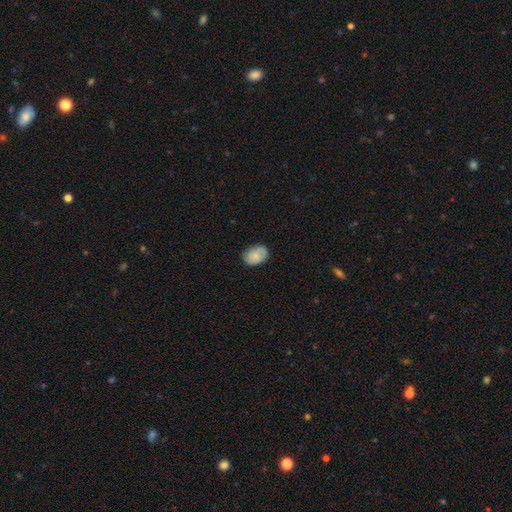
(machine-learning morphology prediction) Smooth or featured? Predicted: smooth (p=0.78). How rounded? Predicted: in between (p=0.81). Merging? Predicted: none (p=0.75).